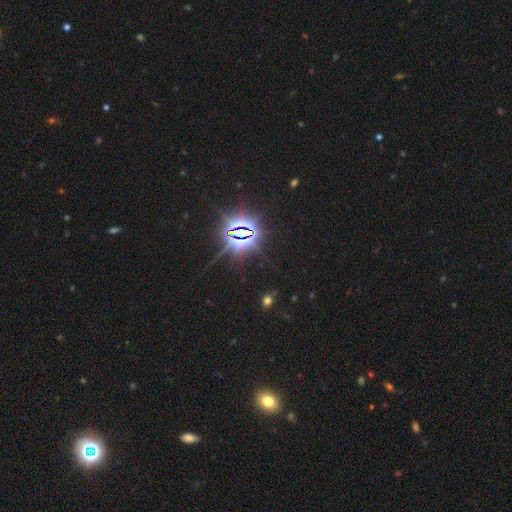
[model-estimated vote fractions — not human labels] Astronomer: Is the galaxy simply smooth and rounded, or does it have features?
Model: star or artifact — 85%.